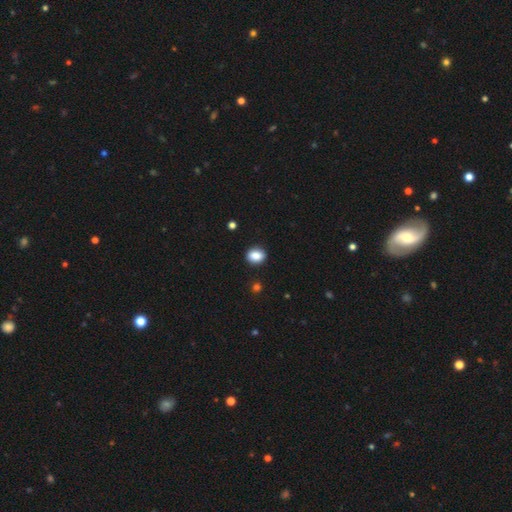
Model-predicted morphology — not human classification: This is clearly a smooth galaxy (87%). How rounded: possibly in between (57%). Merging: clearly none (90%).